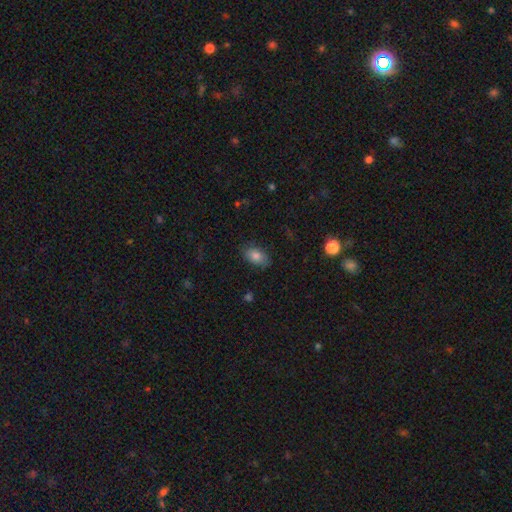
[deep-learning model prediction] smooth_or_featured: smooth (p=0.81) [alt: featured or disk p=0.10]
how_rounded: in between (p=0.90) [alt: round p=0.08]
merging: none (p=0.81) [alt: minor disturbance p=0.15]